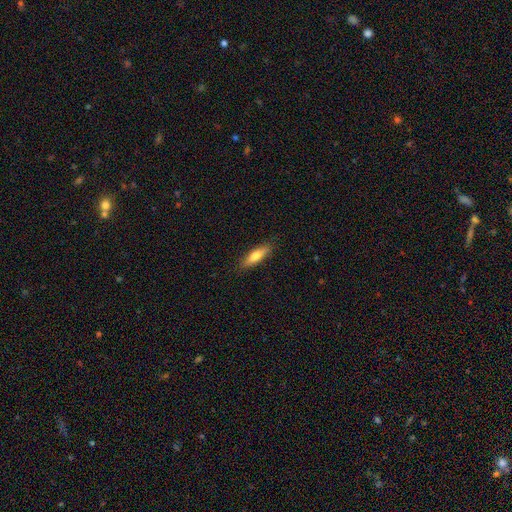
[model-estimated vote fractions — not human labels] Overall: smooth (68%). How rounded: cigar-shaped (60%; in between 38%). Merging: none (86%).